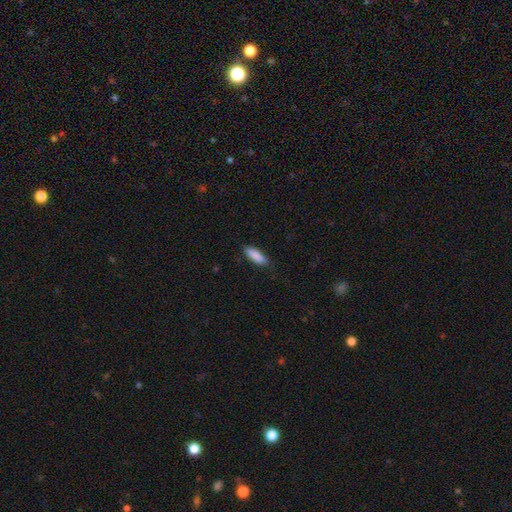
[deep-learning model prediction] A smooth galaxy with no disk features (88%) that is in between round and cigar-shaped (53%). Merging: none (83%).